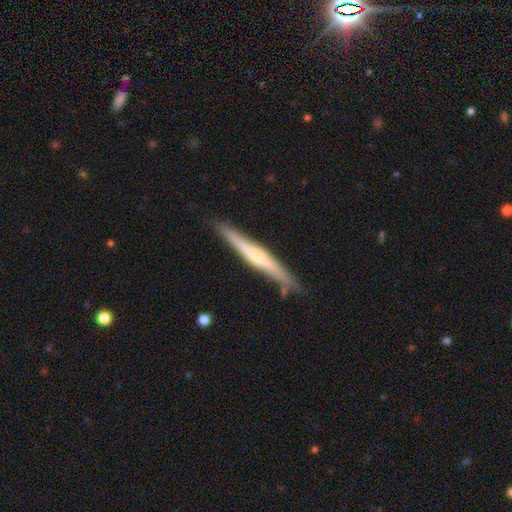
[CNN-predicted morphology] Overall: featured or disk (58%; smooth 36%). Edge-on disk: yes (96%). Edge-on bulge: rounded (51%; none 35%). Merging: none (82%).